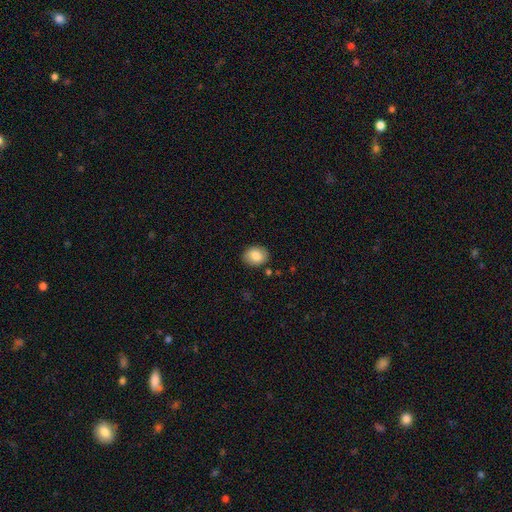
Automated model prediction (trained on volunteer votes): smooth 83%, featured or disk 9%, star or artifact 8%. Down the decision tree: how rounded — in between (53%); merging — none (87%).